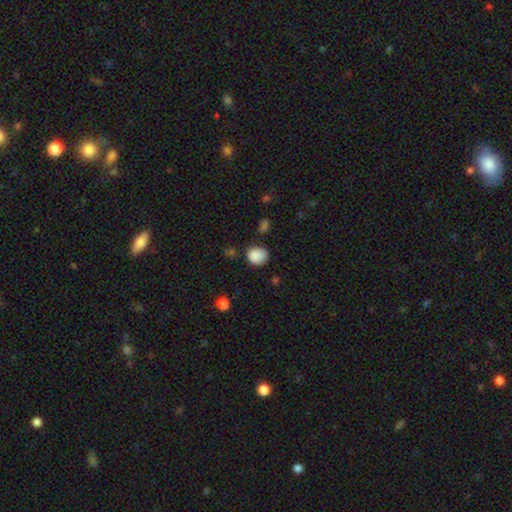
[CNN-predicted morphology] This is clearly a smooth galaxy (87%). How rounded: likely round (70%). Merging: likely none (72%).